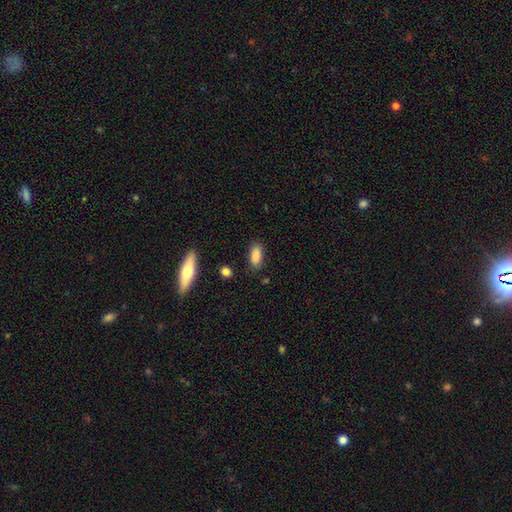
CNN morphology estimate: This appears to be a smooth galaxy with no disk features (87%) that is in between round and cigar-shaped (85%). Merging: none (83%).